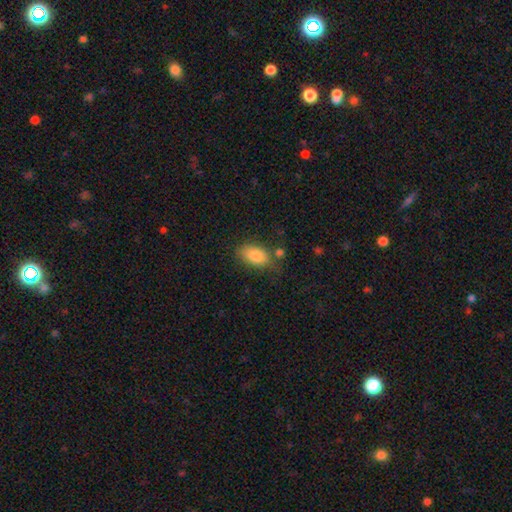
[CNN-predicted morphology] The model was most divided on "merging": none: 67%, minor disturbance: 19%, merger: 8%, major disturbance: 5%. More confident: how rounded — in between (90%); smooth or featured — smooth (84%).